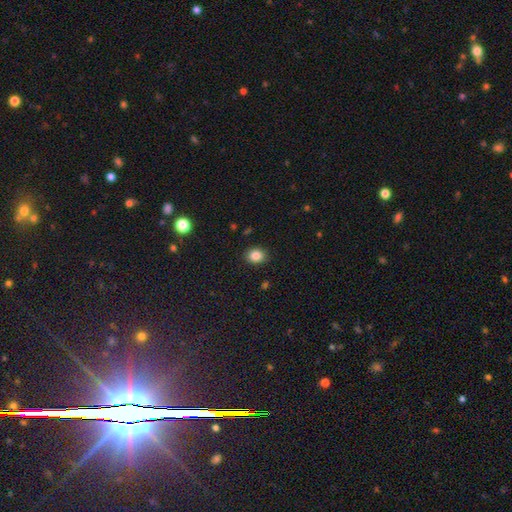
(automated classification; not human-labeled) Smooth or featured: smooth — 85% (star or artifact — 10%)
How rounded: round — 59% (in between — 40%)
Merging: none — 89% (minor disturbance — 8%)